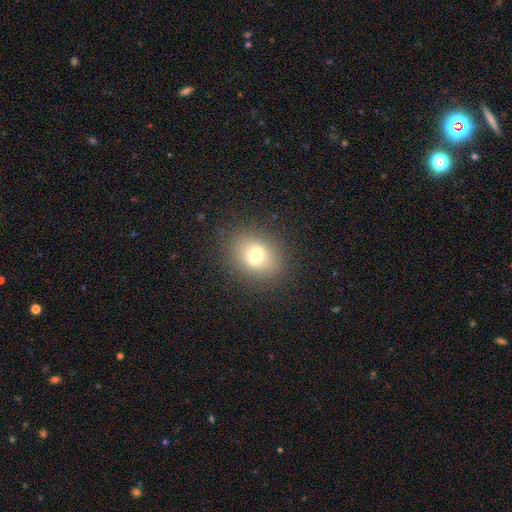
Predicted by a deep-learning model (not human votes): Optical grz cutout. It shows a smooth galaxy with no disk features (69%) that is round (51%). Merging: none (84%).